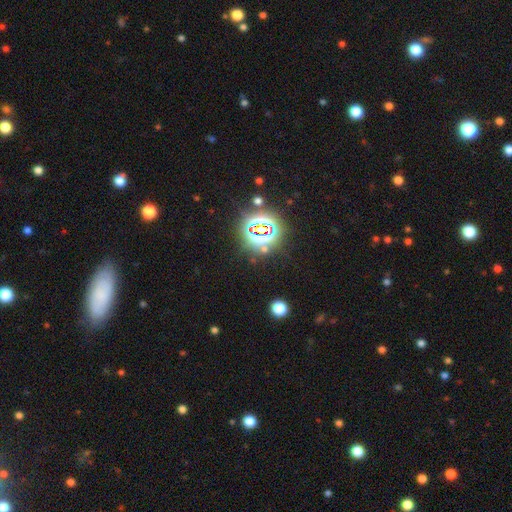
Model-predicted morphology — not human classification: This appears to be a star or artifact, not a galaxy (79%).